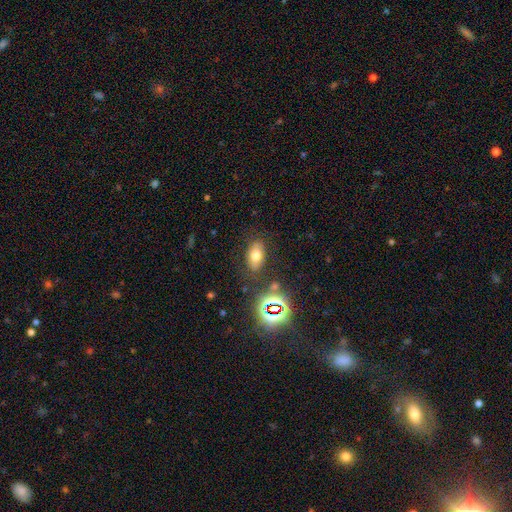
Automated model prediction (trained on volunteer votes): This appears to be a smooth galaxy with no disk features (66%) that is in between round and cigar-shaped (89%). Merging: none (80%).